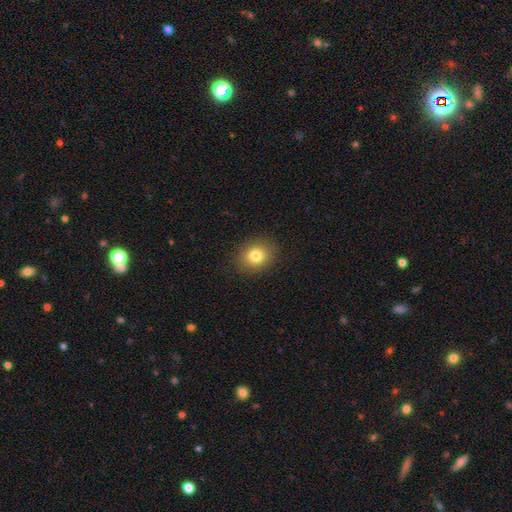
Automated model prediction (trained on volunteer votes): A smooth galaxy with no disk features (81%) that is round (66%). Merging: none (89%).